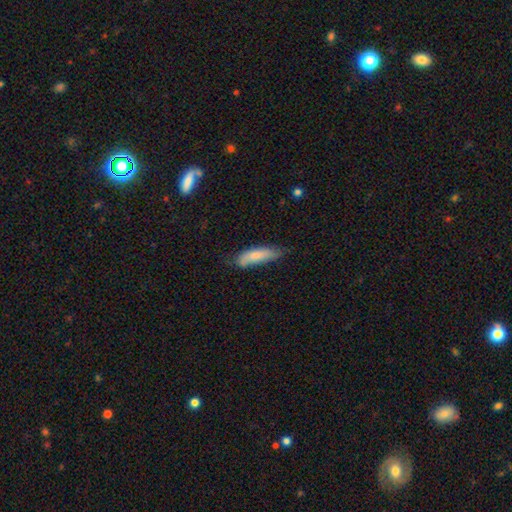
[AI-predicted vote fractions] Morphology: type=smooth (77%); roundness=cigar-shaped (57%); merging=none (57%).